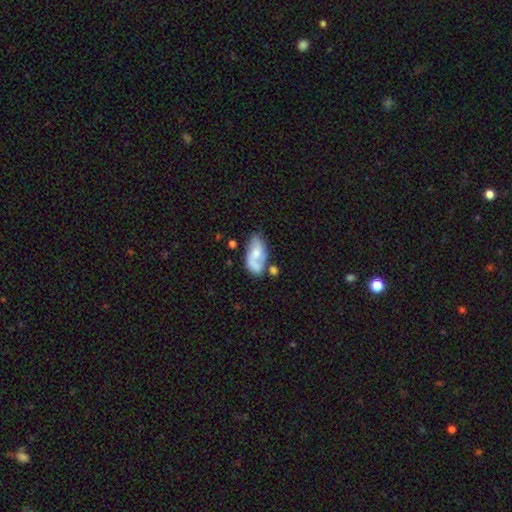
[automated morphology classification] This is possibly a featured or disk galaxy (51%). It is clearly not viewed edge-on (95%). Merging: marginally none (41%).